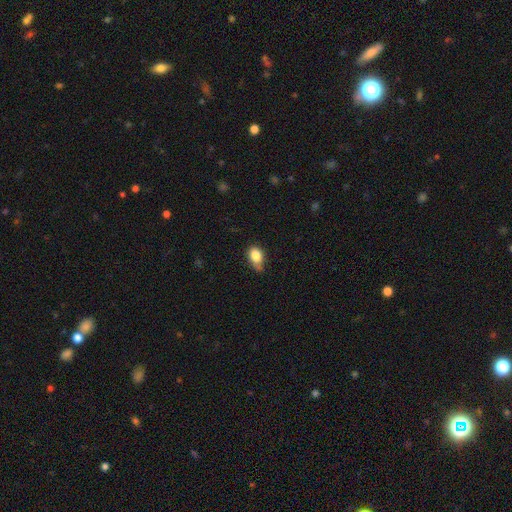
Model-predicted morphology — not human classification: smooth_or_featured: smooth (p=0.84) [alt: featured or disk p=0.08]
how_rounded: in between (p=0.77) [alt: round p=0.21]
merging: none (p=0.43) [alt: minor disturbance p=0.42]